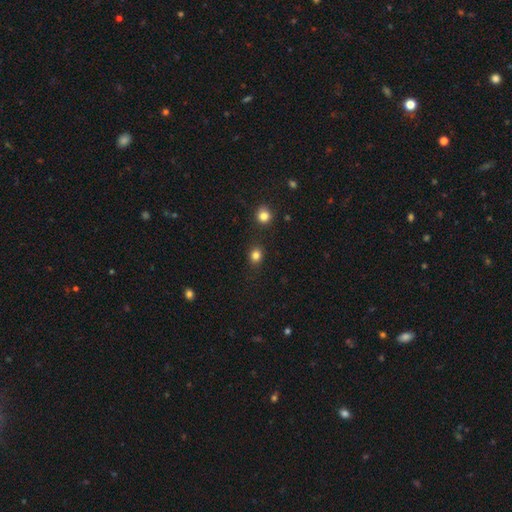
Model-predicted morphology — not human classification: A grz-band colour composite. It shows a smooth galaxy with no disk features (82%) that is round (73%). Merging: none (86%).